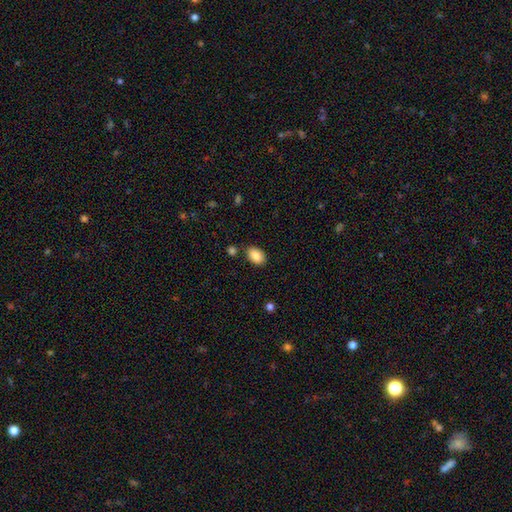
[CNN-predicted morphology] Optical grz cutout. It shows a smooth galaxy with no disk features (87%) that is in between round and cigar-shaped (86%). Merging: none (81%).